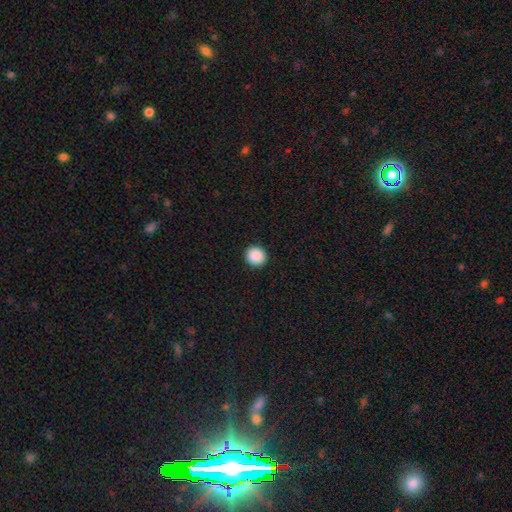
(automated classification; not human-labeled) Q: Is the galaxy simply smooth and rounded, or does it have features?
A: smooth — 90%.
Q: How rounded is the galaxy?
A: round — 88%.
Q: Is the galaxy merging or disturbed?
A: none — 93%.